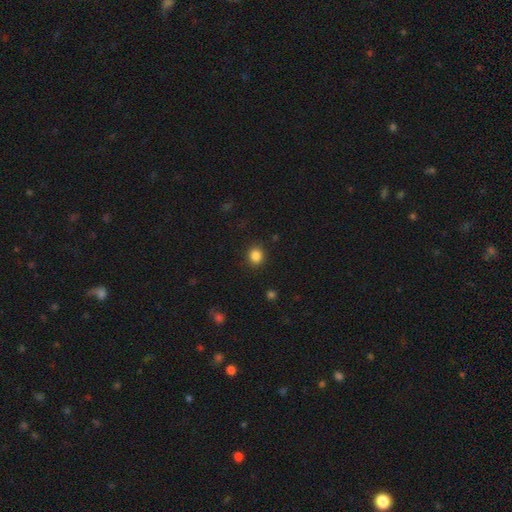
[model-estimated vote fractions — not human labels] This appears to be a smooth galaxy with no disk features (85%) that is round (82%). Merging: none (90%).